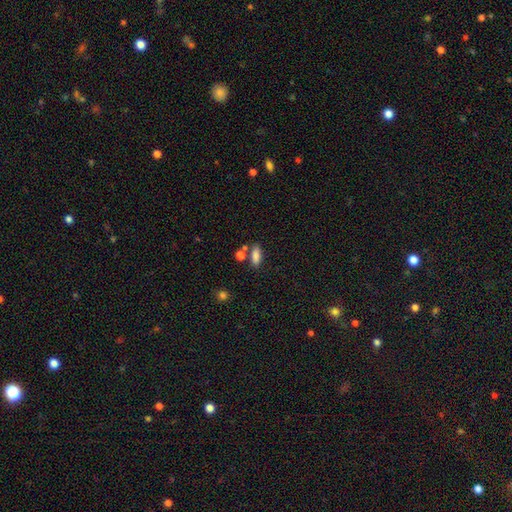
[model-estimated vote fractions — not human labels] smooth 83%, star or artifact 9%, featured or disk 8%. Down the decision tree: how rounded — in between (71%); merging — none (68%).